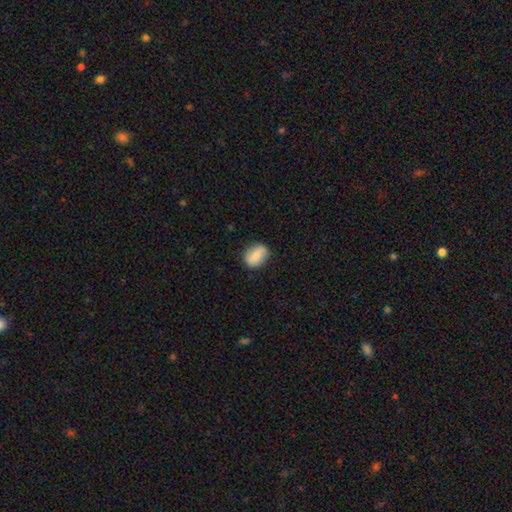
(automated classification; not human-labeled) Smooth or featured?
  - smooth: 80% *
  - featured or disk: 13%
  - star or artifact: 7%
How rounded?
  - in between: 65% *
  - round: 34%
  - cigar-shaped: 2%
Merging?
  - none: 83% *
  - minor disturbance: 13%
  - major disturbance: 3%
  - merger: 1%